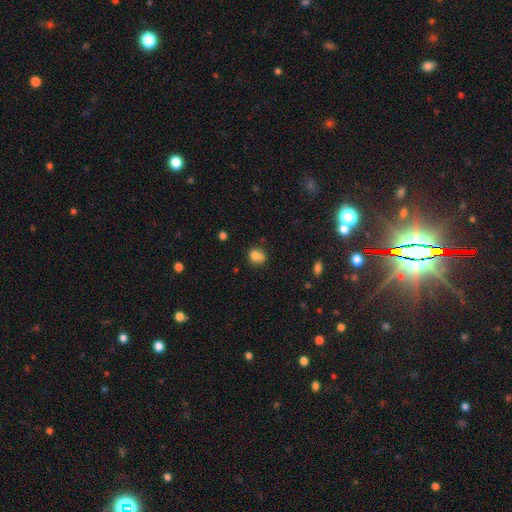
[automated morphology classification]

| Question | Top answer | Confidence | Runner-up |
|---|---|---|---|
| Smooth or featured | smooth | 76% | featured or disk (13%) |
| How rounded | round | 69% | in between (30%) |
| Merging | none | 44% | merger (31%) |